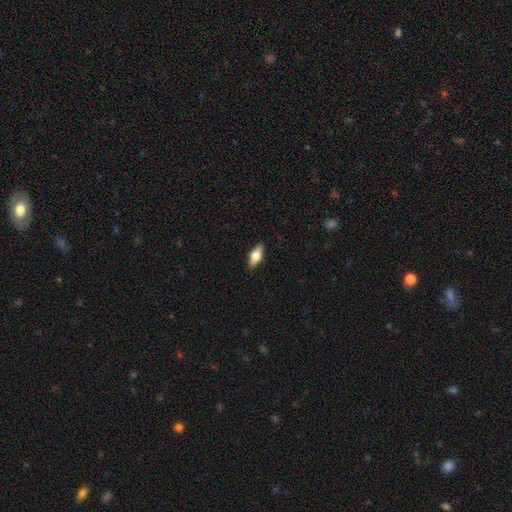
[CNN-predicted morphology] type=smooth (63%); roundness=in between (77%); merging=none (88%).